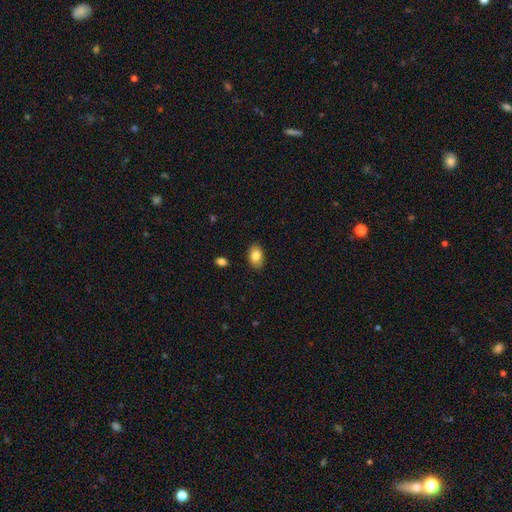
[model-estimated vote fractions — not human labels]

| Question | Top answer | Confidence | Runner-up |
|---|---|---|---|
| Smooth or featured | smooth | 84% | featured or disk (9%) |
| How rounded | in between | 88% | round (10%) |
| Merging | none | 87% | minor disturbance (9%) |